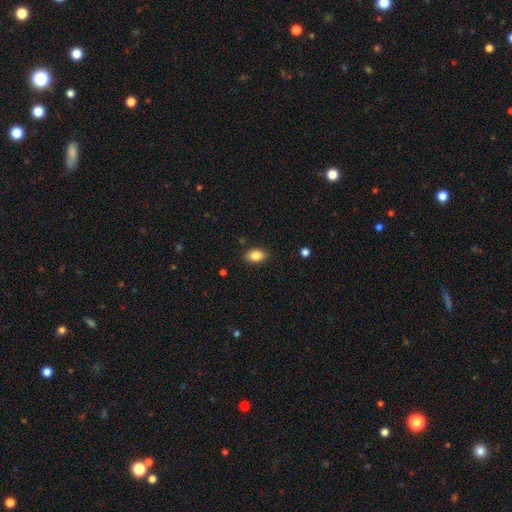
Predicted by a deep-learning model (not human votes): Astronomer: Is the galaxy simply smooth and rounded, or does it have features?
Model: smooth — 84%.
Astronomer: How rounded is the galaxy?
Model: in between — 87%.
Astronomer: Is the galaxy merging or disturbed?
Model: none — 86%.